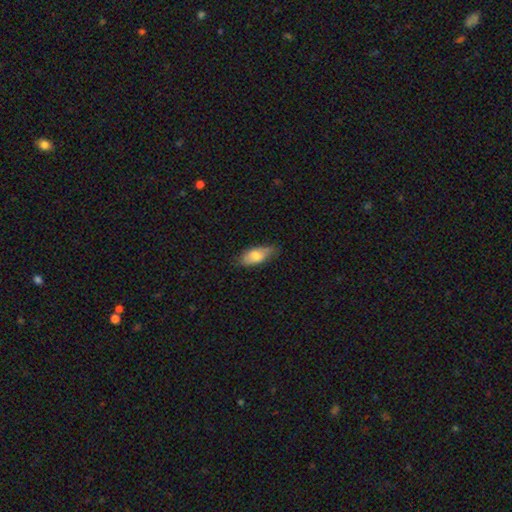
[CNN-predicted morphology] Q: Smooth or featured?
A: smooth (71%); runner-up: featured or disk (22%)
Q: How rounded?
A: in between (85%); runner-up: cigar-shaped (12%)
Q: Merging?
A: none (65%); runner-up: minor disturbance (28%)